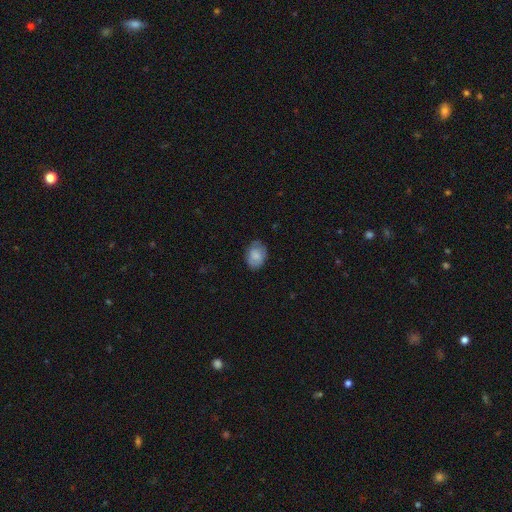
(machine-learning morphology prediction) A smooth galaxy with no disk features (80%) that is in between round and cigar-shaped (76%). Merging: none (75%).